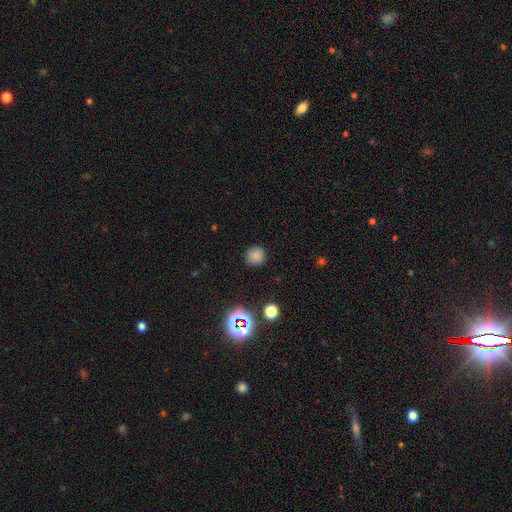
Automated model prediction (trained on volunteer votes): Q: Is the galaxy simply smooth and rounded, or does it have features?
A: smooth — 79%.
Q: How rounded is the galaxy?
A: round — 92%.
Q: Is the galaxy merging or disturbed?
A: none — 87%.